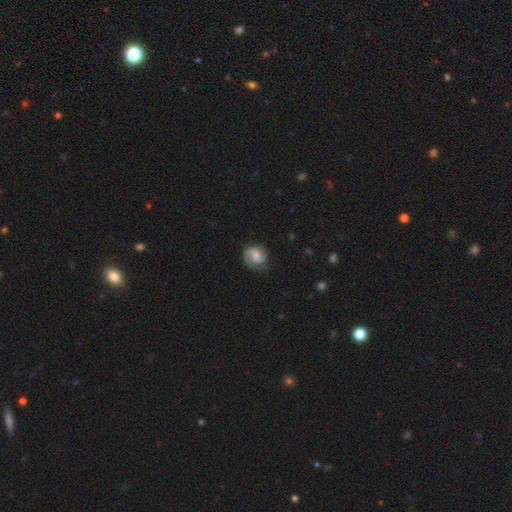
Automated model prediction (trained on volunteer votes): Overall: featured or disk (66%; smooth 28%). Edge-on disk: no (98%). Bar: no (55%; weak 39%). Spiral arms: yes (94%). Spiral arm count: 2 (73%). Spiral winding: medium (43%; tight 40%). Bulge size: small (42%, tied with moderate). Merging: none (70%).